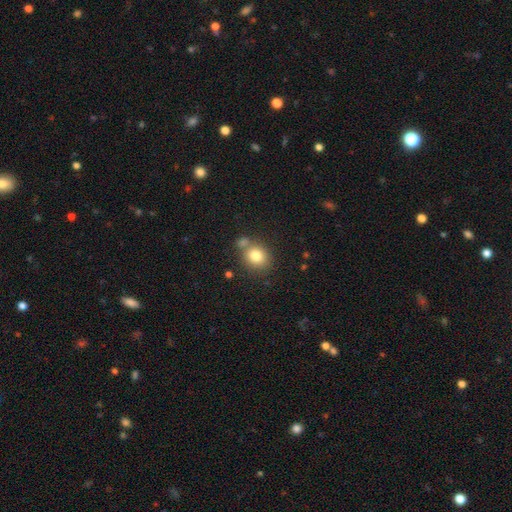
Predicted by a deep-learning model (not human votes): This is clearly a smooth galaxy (81%). How rounded: likely round (67%). Merging: likely none (61%).